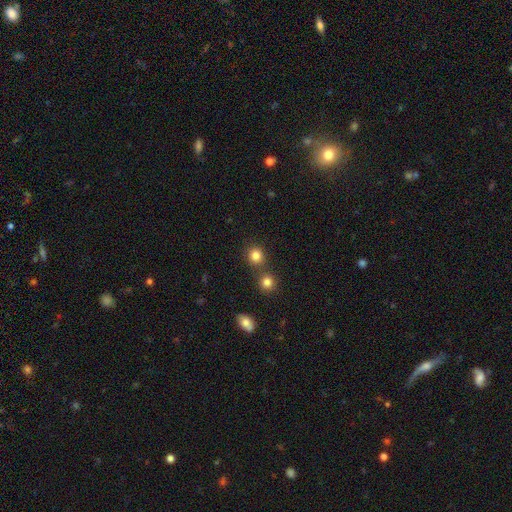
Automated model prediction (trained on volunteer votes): Overall: smooth (82%). How rounded: round (87%). Merging: none (72%).